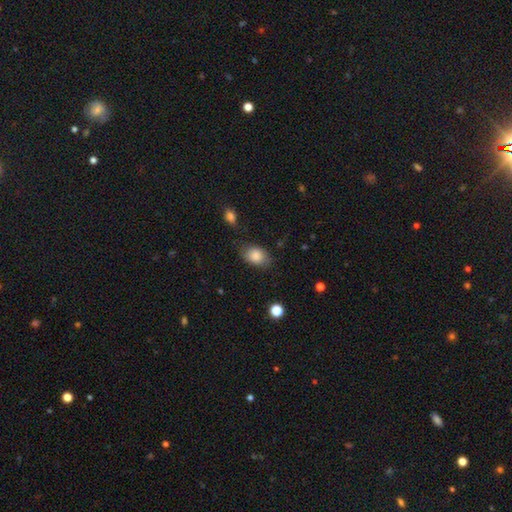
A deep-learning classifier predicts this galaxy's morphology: Overall: smooth (84%). How rounded: in between (78%). Merging: none (71%).